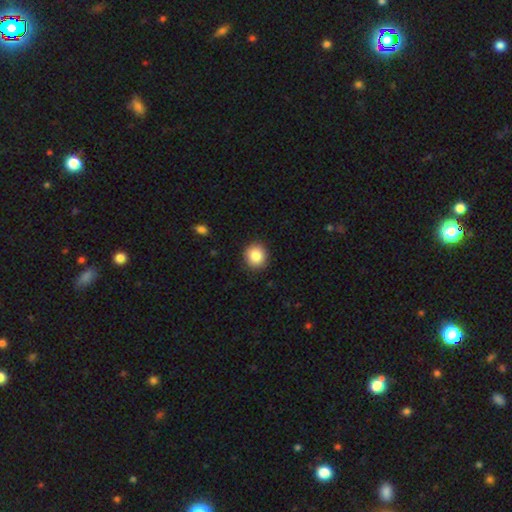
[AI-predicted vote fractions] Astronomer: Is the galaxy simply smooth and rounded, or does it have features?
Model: smooth — 85%.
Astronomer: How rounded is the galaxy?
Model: round — 88%.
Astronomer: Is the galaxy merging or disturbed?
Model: none — 91%.